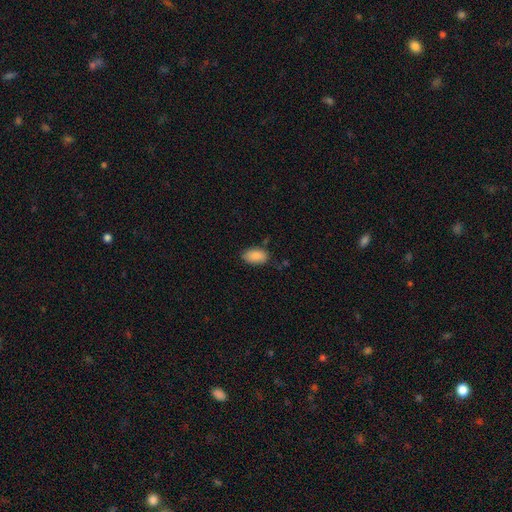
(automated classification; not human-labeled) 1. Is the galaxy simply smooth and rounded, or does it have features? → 88% smooth, 7% star or artifact, 4% featured or disk.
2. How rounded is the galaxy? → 94% in between, 4% round, 2% cigar-shaped.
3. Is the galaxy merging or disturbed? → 80% none, 15% minor disturbance, 3% major disturbance, 2% merger.